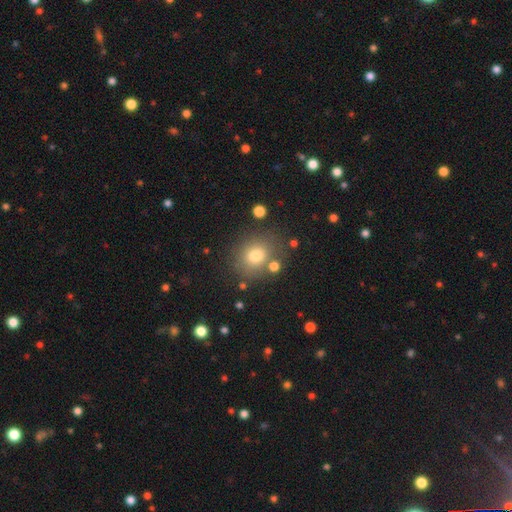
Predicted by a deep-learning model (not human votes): smooth_or_featured: smooth (p=0.75) [alt: star or artifact p=0.14]
how_rounded: round (p=0.73) [alt: in between p=0.26]
merging: none (p=0.75) [alt: minor disturbance p=0.12]